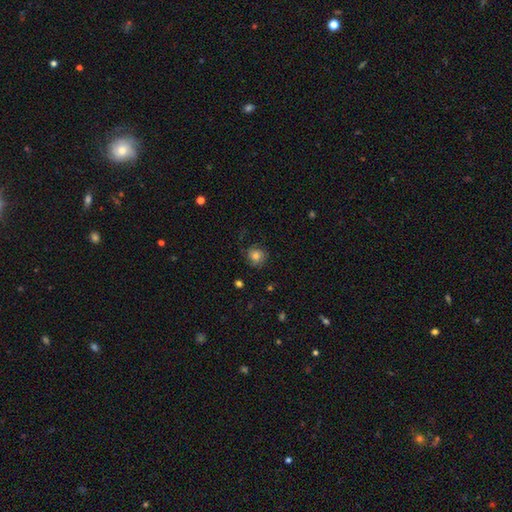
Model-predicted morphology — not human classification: Smooth or featured?
  - smooth: 69% *
  - featured or disk: 20%
  - star or artifact: 11%
How rounded?
  - round: 81% *
  - in between: 18%
  - cigar-shaped: 1%
Merging?
  - none: 70% *
  - minor disturbance: 20%
  - major disturbance: 8%
  - merger: 1%